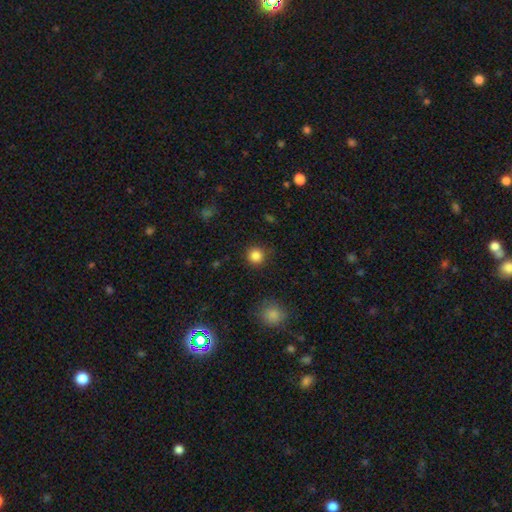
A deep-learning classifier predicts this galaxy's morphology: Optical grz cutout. It shows a smooth galaxy with no disk features (85%) that is round (94%). Merging: none (89%).